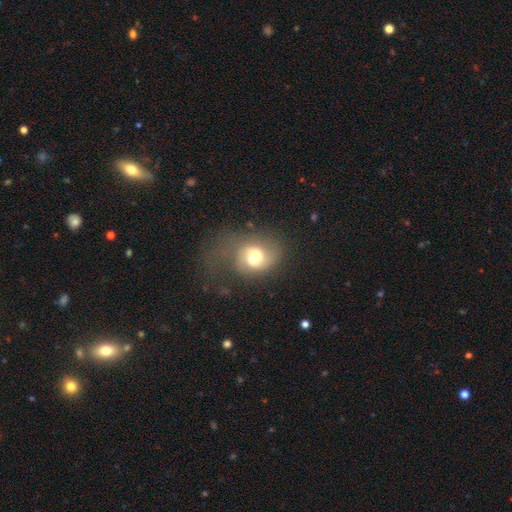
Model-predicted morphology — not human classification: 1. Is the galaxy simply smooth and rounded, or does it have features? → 45% featured or disk (tied), 45% smooth (tied), 9% star or artifact.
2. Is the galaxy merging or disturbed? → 39% merger, 26% major disturbance, 19% none, 15% minor disturbance.